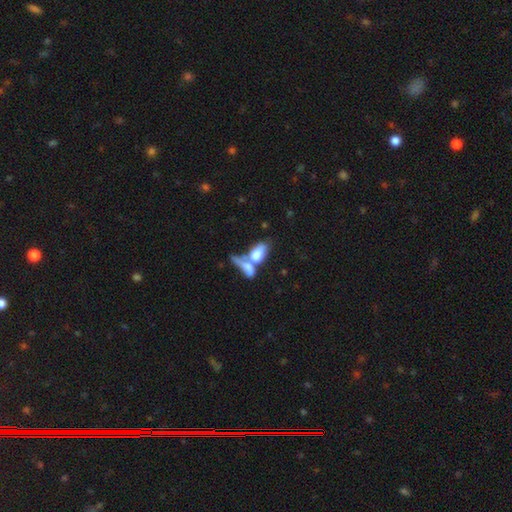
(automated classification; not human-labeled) Q: Smooth or featured?
A: smooth (67%); runner-up: featured or disk (24%)
Q: How rounded?
A: in between (84%); runner-up: cigar-shaped (10%)
Q: Merging?
A: merger (69%); runner-up: none (14%)